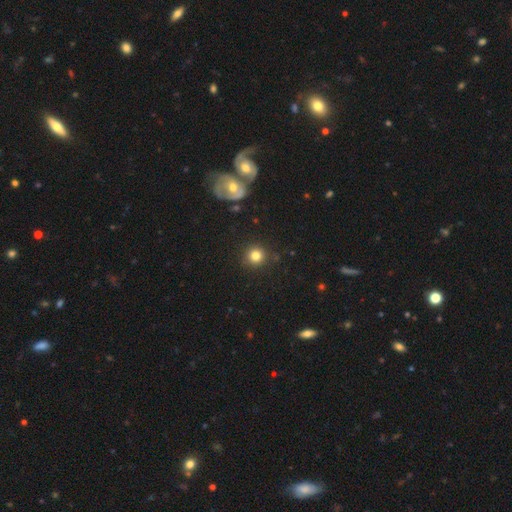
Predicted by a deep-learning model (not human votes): Morphology: type=smooth (81%); roundness=round (93%); merging=none (89%).